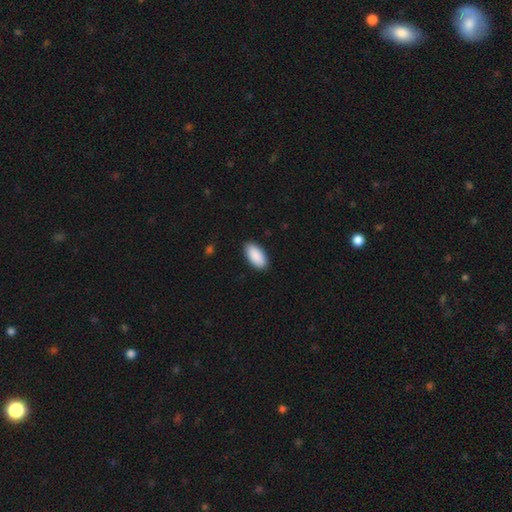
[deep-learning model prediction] This appears to be a smooth galaxy with no disk features (91%) that is in between round and cigar-shaped (94%). Merging: none (89%).